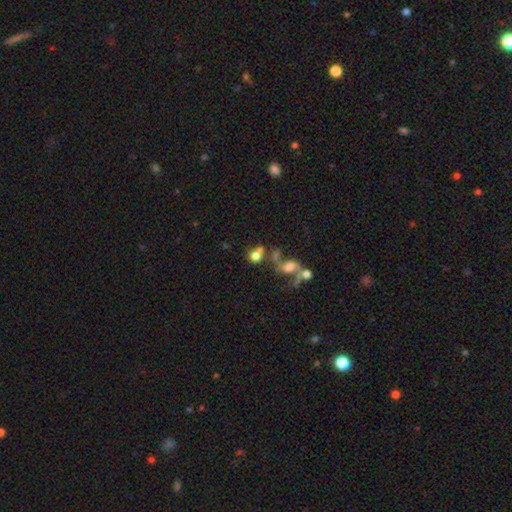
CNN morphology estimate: This appears to be a smooth galaxy with no disk features (69%) that is round (81%). Merging: none (45%).